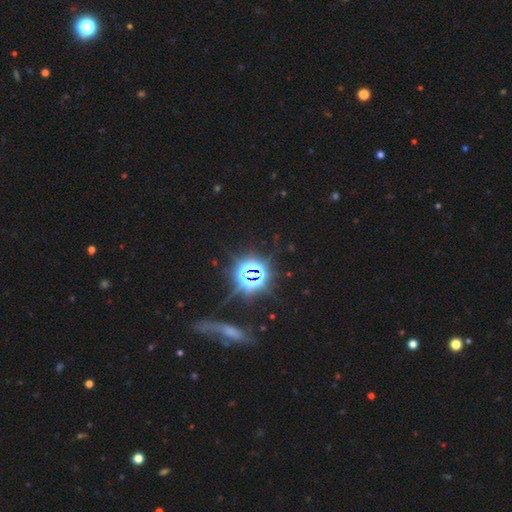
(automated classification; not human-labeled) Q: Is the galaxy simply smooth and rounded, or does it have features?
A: star or artifact — 71%.